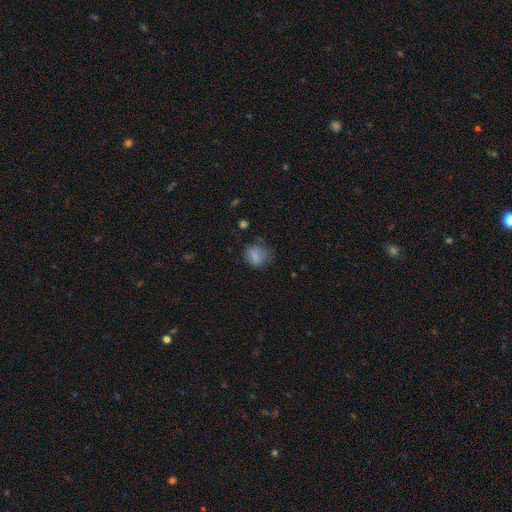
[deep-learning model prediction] A smooth galaxy with no disk features (81%) that is round (61%). Merging: none (64%).